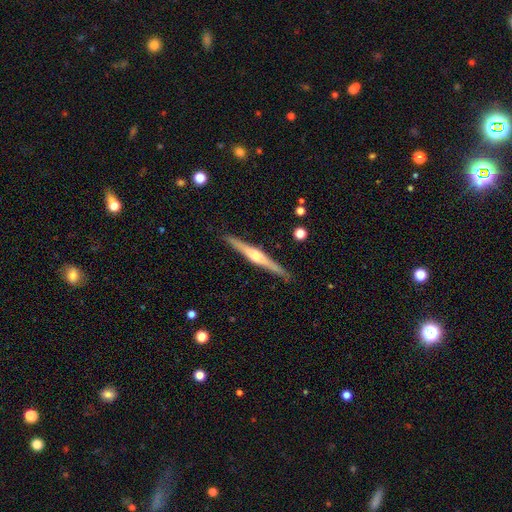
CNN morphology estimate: Overall: featured or disk (76%). Edge-on disk: yes (98%). Edge-on bulge: rounded (88%). Merging: none (91%).